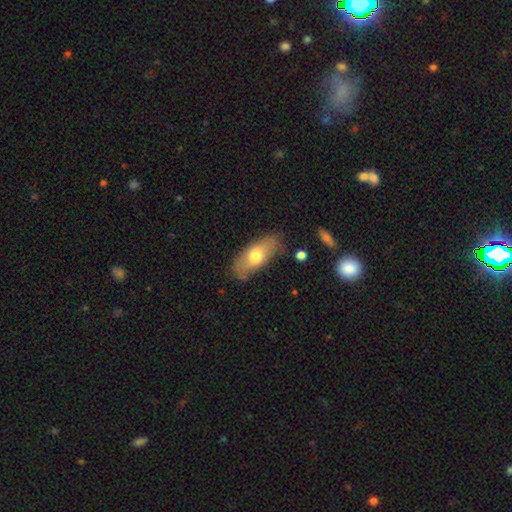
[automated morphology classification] Q: Smooth or featured?
A: smooth (65%); runner-up: featured or disk (28%)
Q: How rounded?
A: in between (83%); runner-up: cigar-shaped (14%)
Q: Merging?
A: none (70%); runner-up: minor disturbance (21%)